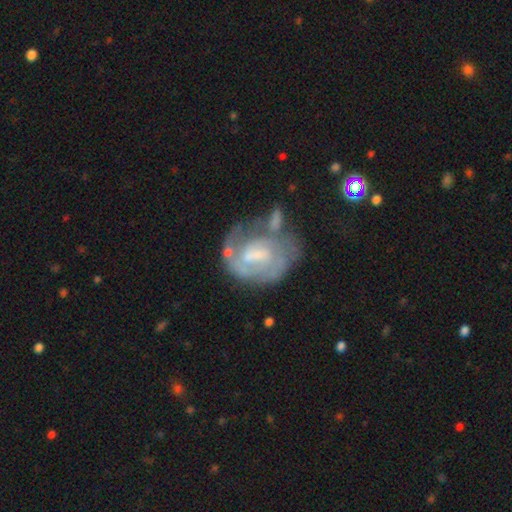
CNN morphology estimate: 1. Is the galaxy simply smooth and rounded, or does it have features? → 73% featured or disk, 20% smooth, 7% star or artifact.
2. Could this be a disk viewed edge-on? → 97% no, 3% yes.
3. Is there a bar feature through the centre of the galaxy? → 49% weak, 34% no, 17% strong.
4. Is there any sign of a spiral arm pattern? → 72% yes, 28% no.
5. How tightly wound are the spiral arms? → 52% tight, 33% medium, 14% loose.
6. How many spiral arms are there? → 36% can't tell, 30% 2, 22% 1, 7% 3, 2% 4, 2% more than 4.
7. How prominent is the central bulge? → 33% small, 31% moderate, 28% none, 7% large, 1% dominant.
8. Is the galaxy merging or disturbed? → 39% none, 23% major disturbance, 23% minor disturbance, 15% merger.